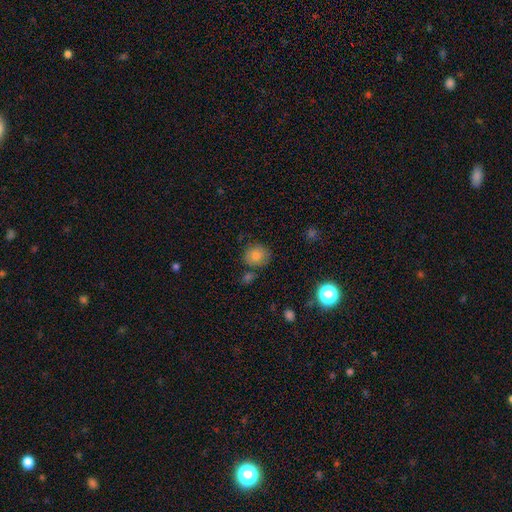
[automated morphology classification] This appears to be a smooth galaxy with no disk features (77%) that is round (75%). Merging: none (73%).